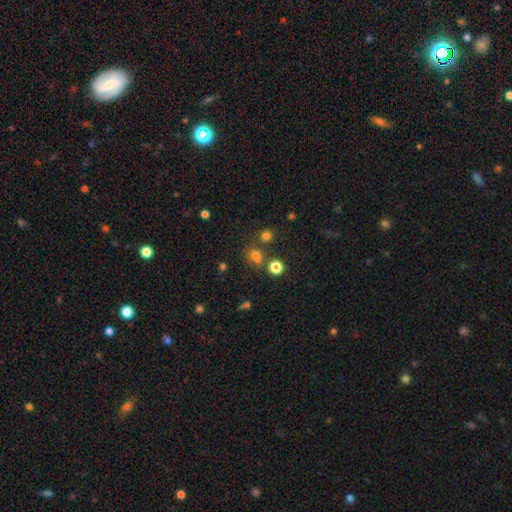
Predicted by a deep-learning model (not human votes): Smooth or featured: smooth — 67% (star or artifact — 25%)
How rounded: round — 72% (in between — 27%)
Merging: none — 63% (merger — 20%)